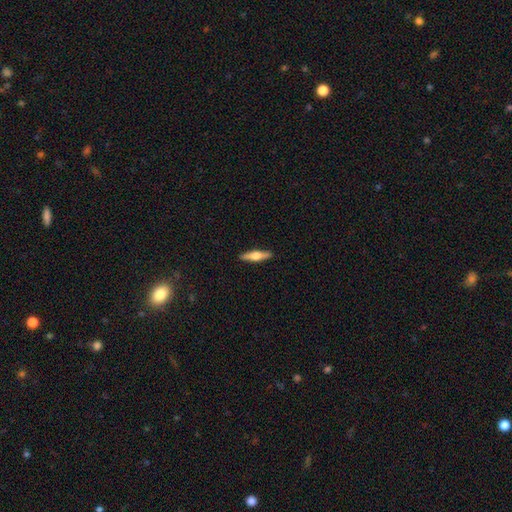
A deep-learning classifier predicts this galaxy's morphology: Q: Smooth or featured?
A: featured or disk (50%); runner-up: smooth (45%)
Q: Merging?
A: none (91%); runner-up: minor disturbance (6%)